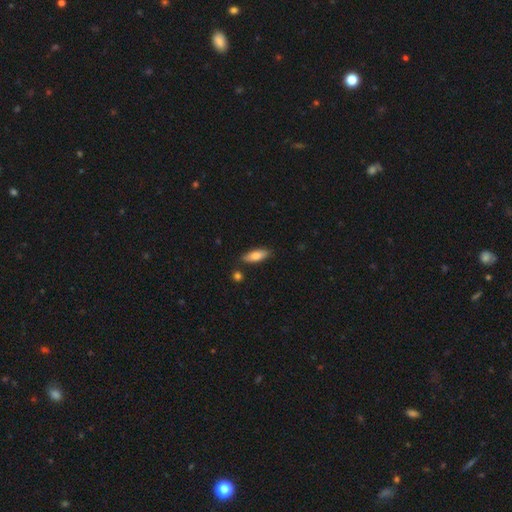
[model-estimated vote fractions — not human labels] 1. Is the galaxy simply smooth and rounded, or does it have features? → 78% smooth, 16% featured or disk, 6% star or artifact.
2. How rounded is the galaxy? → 68% in between, 30% cigar-shaped, 2% round.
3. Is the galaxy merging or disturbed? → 82% none, 12% minor disturbance, 3% merger, 2% major disturbance.